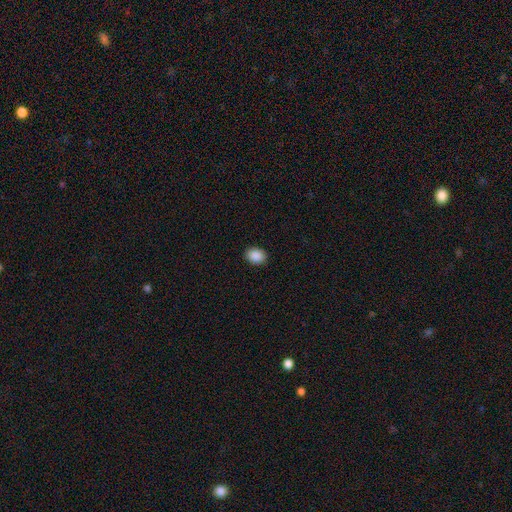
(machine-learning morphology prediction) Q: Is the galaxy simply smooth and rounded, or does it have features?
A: smooth — 89%.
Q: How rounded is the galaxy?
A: in between — 63%.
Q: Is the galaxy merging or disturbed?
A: none — 90%.